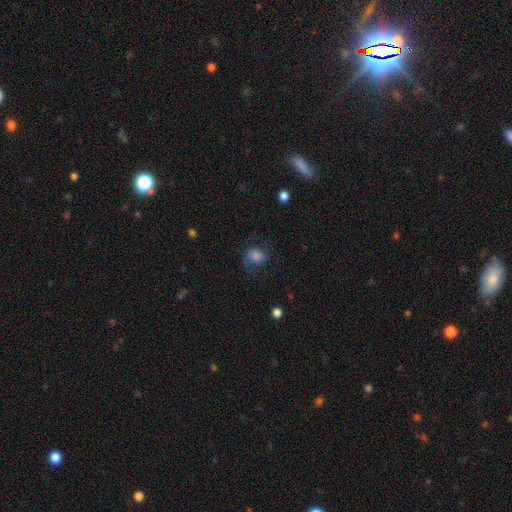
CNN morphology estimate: Q: Smooth or featured?
A: smooth (59%); runner-up: featured or disk (29%)
Q: How rounded?
A: round (58%); runner-up: in between (41%)
Q: Merging?
A: none (57%); runner-up: minor disturbance (23%)